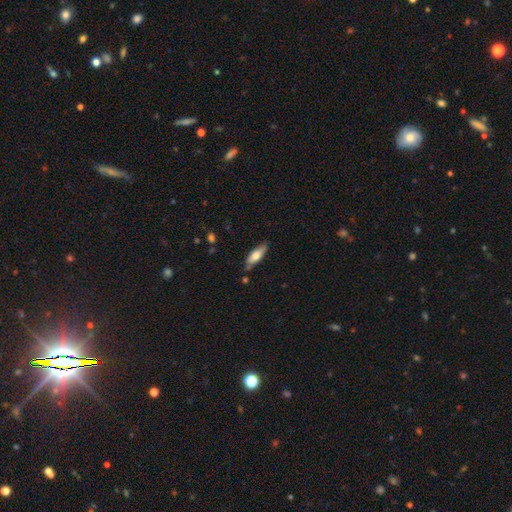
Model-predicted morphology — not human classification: Smooth or featured? smooth (68%)
How rounded? in between (62%)
Merging? none (74%)